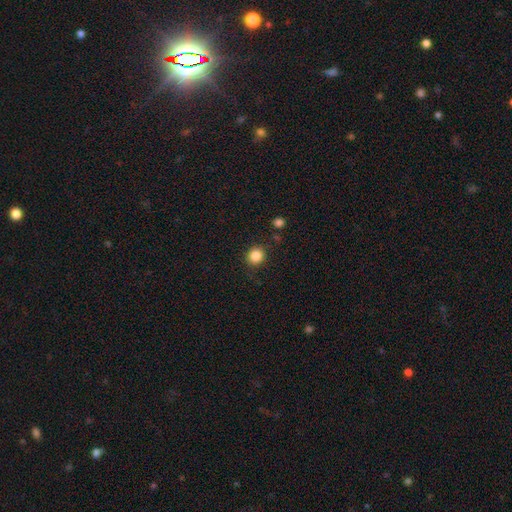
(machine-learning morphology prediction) This appears to be a smooth galaxy with no disk features (86%) that is round (87%). Merging: none (87%).